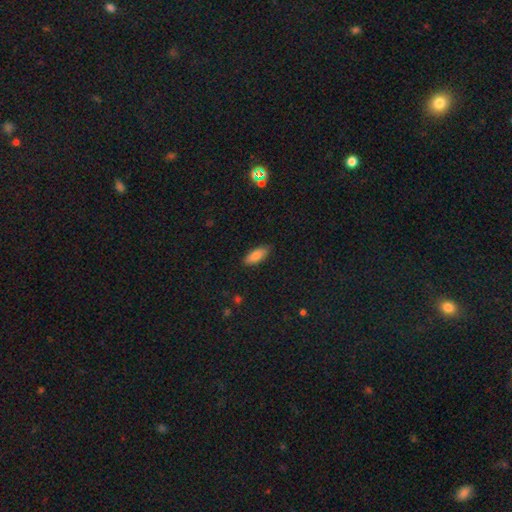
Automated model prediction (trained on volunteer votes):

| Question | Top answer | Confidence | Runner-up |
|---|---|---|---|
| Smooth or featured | smooth | 81% | featured or disk (12%) |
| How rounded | in between | 76% | cigar-shaped (22%) |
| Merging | none | 86% | minor disturbance (11%) |